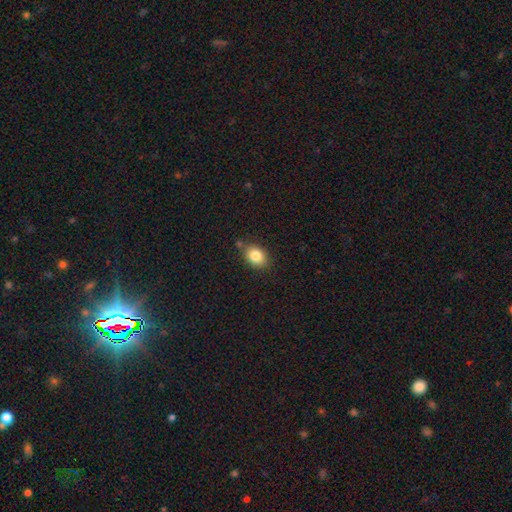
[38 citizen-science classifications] Q: Smooth or featured?
A: smooth (87%); runner-up: star or artifact (8%)
Q: How rounded?
A: in between (82%); runner-up: round (18%)
Q: Merging?
A: none (86%); runner-up: major disturbance (6%)